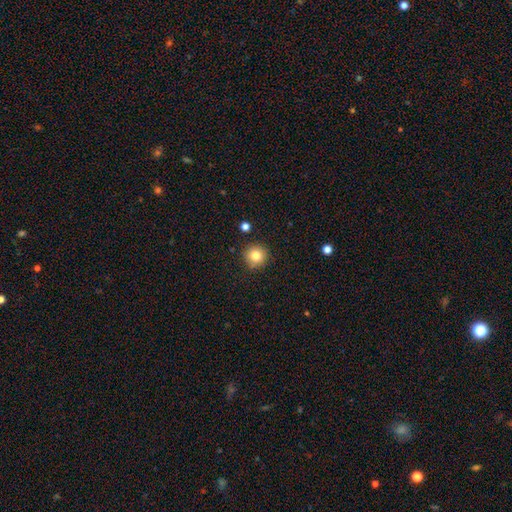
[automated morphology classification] A smooth galaxy with no disk features (83%) that is round (94%). Merging: none (89%).